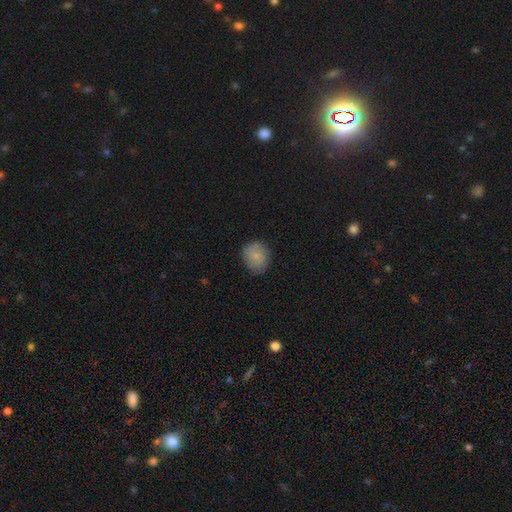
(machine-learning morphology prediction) smooth_or_featured: smooth (p=0.72) [alt: featured or disk p=0.20]
how_rounded: round (p=0.82) [alt: in between p=0.17]
merging: none (p=0.79) [alt: minor disturbance p=0.16]